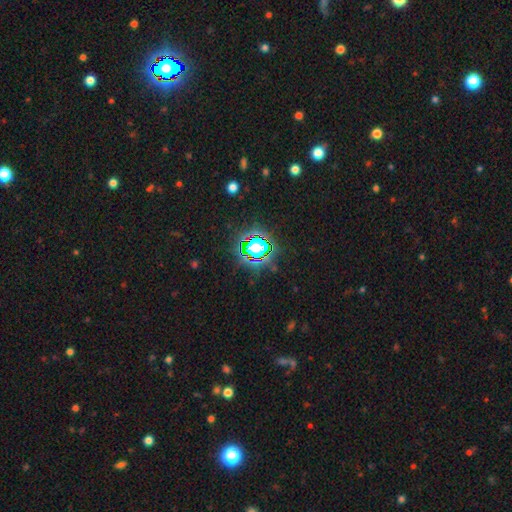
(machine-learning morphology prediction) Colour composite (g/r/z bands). It shows a star or artifact, not a galaxy (77%).